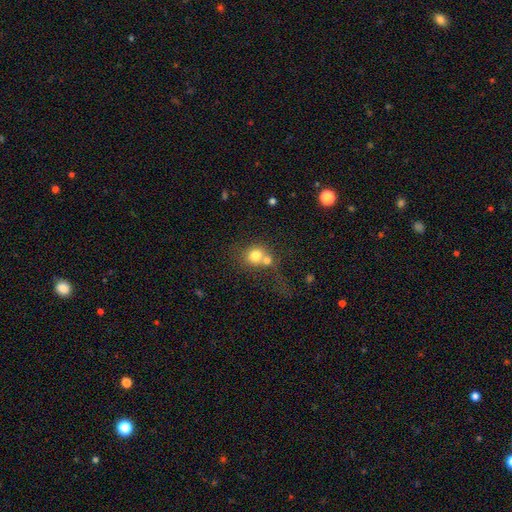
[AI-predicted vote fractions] Q: Smooth or featured?
A: smooth (74%); runner-up: featured or disk (15%)
Q: How rounded?
A: round (77%); runner-up: in between (22%)
Q: Merging?
A: merger (54%); runner-up: none (31%)